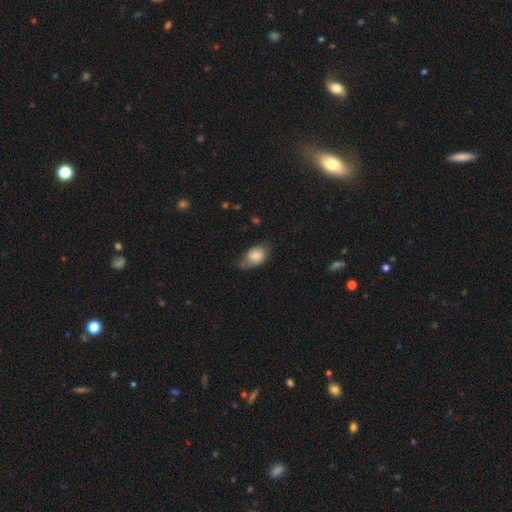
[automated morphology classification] A smooth galaxy with no disk features (73%) that is in between round and cigar-shaped (81%).

Vote fractions:
- Smooth or featured? smooth: 73% / featured or disk: 19% / star or artifact: 8%
- How rounded? in between: 81% / round: 18% / cigar-shaped: 1%
- Merging? none: 53% / minor disturbance: 35% / major disturbance: 10% / merger: 3%